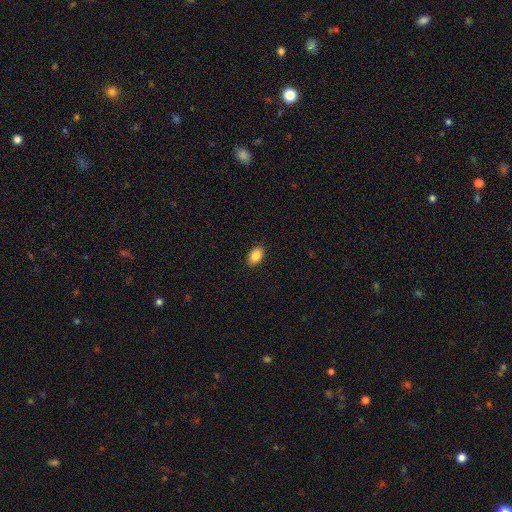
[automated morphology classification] smooth_or_featured: smooth (p=0.86) [alt: star or artifact p=0.08]
how_rounded: in between (p=0.88) [alt: round p=0.10]
merging: none (p=0.89) [alt: minor disturbance p=0.08]